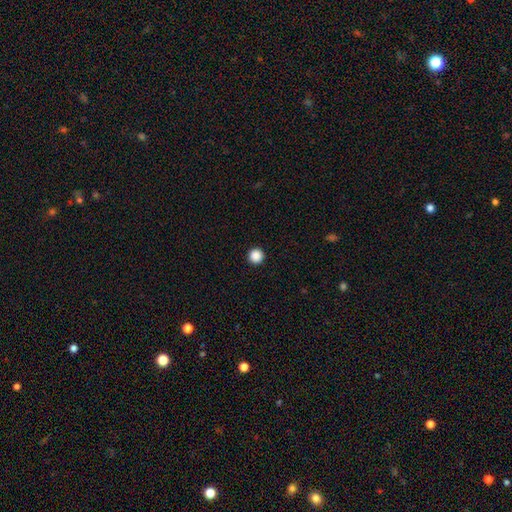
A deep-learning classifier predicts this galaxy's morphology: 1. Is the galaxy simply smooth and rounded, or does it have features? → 88% smooth, 10% star or artifact, 2% featured or disk.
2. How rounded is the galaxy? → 97% round, 2% in between, 1% cigar-shaped.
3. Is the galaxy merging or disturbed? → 94% none, 4% minor disturbance, 1% major disturbance, 1% merger.